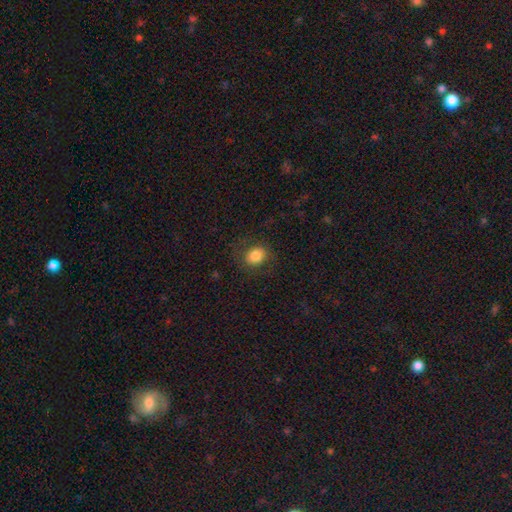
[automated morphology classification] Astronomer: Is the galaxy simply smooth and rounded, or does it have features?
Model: smooth — 77%.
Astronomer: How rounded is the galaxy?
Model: round — 57% (runner-up: in between, 41%).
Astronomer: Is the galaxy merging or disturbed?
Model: none — 77%.